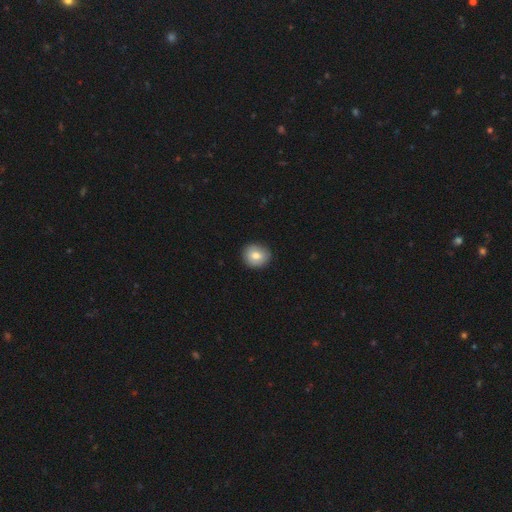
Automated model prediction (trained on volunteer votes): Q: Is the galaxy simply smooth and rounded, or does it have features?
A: smooth — 78%.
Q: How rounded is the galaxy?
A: round — 84%.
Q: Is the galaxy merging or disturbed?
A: none — 90%.